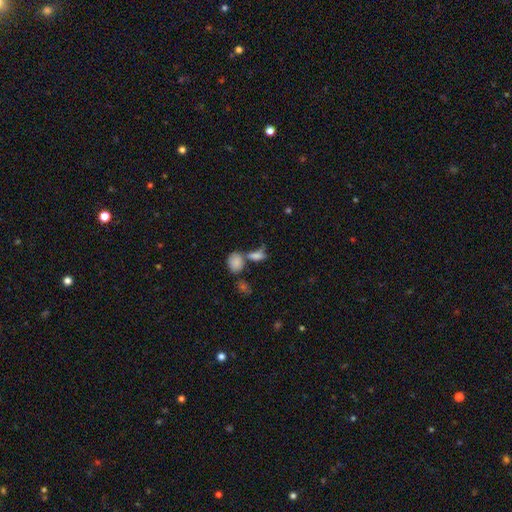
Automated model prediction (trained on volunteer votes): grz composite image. It shows a smooth galaxy with no disk features (70%) that is in between round and cigar-shaped (72%). Merging: merger (42%).